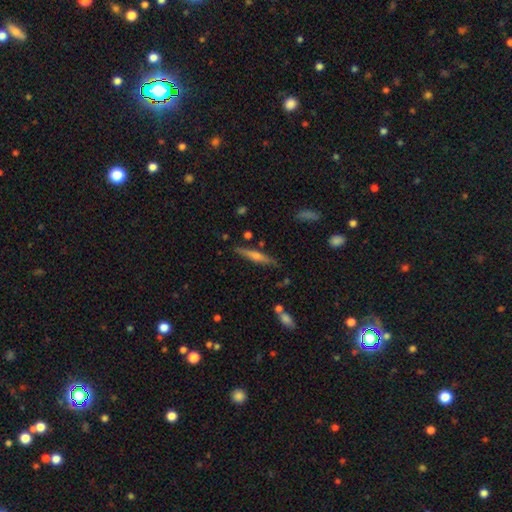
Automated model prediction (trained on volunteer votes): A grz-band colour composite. It shows a featured or disk galaxy (54%) viewed edge-on (95%) with a rounded central bulge (72%). Merging: none (84%).